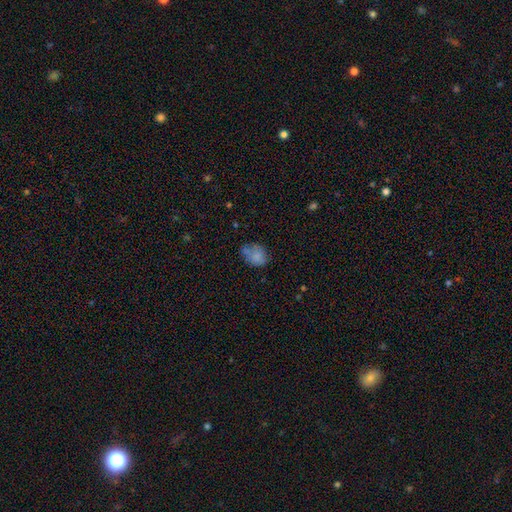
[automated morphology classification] A smooth galaxy with no disk features (77%) that is in between round and cigar-shaped (57%).

Vote fractions:
- Smooth or featured? smooth: 77% / featured or disk: 13% / star or artifact: 10%
- How rounded? in between: 57% / round: 42% / cigar-shaped: 1%
- Merging? none: 52% / minor disturbance: 26% / merger: 13% / major disturbance: 9%